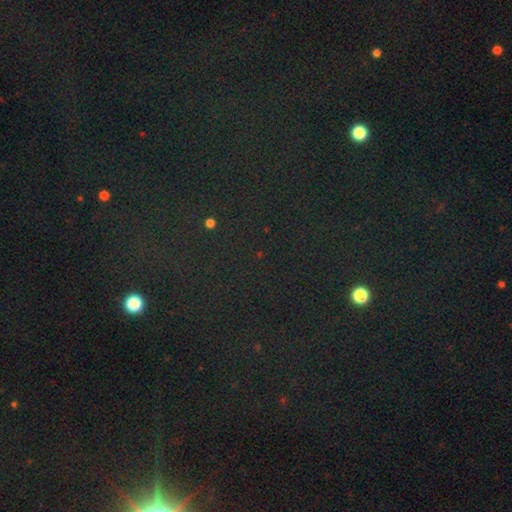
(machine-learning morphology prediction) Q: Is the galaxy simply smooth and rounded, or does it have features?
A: star or artifact — 75%.